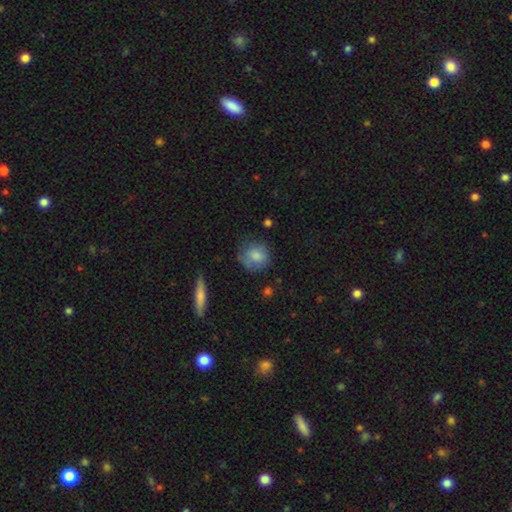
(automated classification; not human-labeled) smooth-or-featured: smooth: 77% | featured or disk: 14% | star or artifact: 8%
  how-rounded: round: 83% | in between: 16% | cigar-shaped: 1%
  merging: none: 65% | minor disturbance: 24% | major disturbance: 8% | merger: 2%